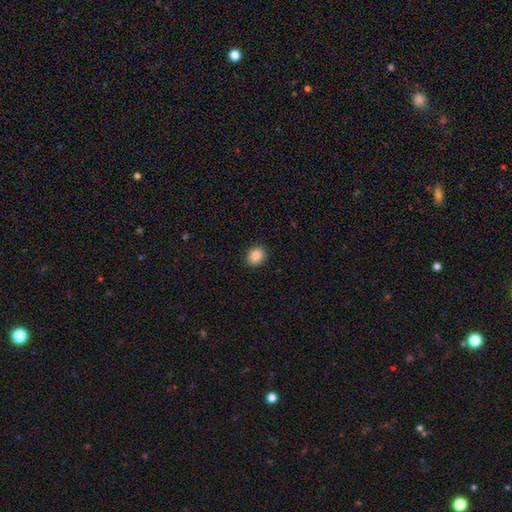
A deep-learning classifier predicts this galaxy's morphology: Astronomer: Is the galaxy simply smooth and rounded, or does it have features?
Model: smooth — 87%.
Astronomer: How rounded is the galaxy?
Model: round — 51% (runner-up: in between, 48%).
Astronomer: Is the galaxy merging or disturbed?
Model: none — 90%.